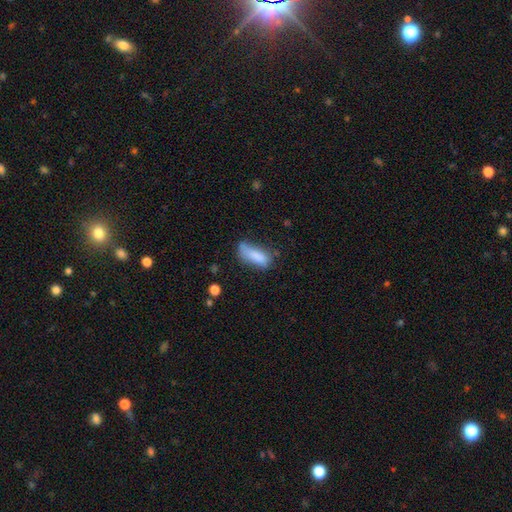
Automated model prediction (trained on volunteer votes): Smooth or featured?
  - smooth: 80% *
  - featured or disk: 12%
  - star or artifact: 8%
How rounded?
  - in between: 70% *
  - cigar-shaped: 28%
  - round: 2%
Merging?
  - none: 45% *
  - minor disturbance: 33%
  - major disturbance: 15%
  - merger: 6%